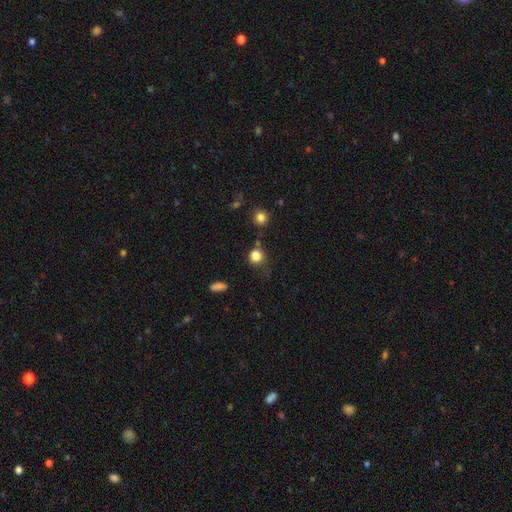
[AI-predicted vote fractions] Smooth or featured?
  - smooth: 82% *
  - star or artifact: 12%
  - featured or disk: 5%
How rounded?
  - round: 85% *
  - in between: 14%
  - cigar-shaped: 1%
Merging?
  - none: 60% *
  - minor disturbance: 22%
  - major disturbance: 10%
  - merger: 7%